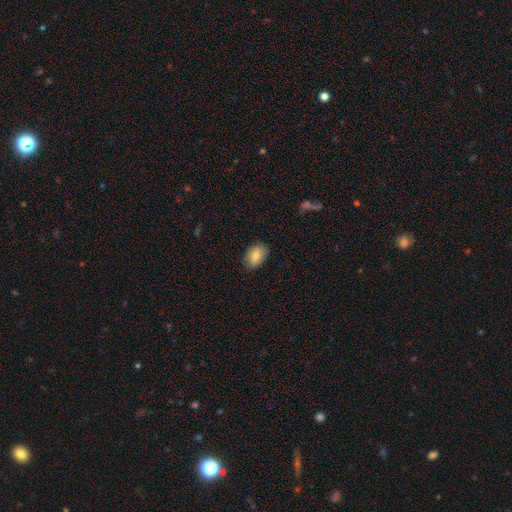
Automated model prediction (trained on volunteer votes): Morphology: type=smooth (83%); roundness=in between (88%); merging=none (86%).